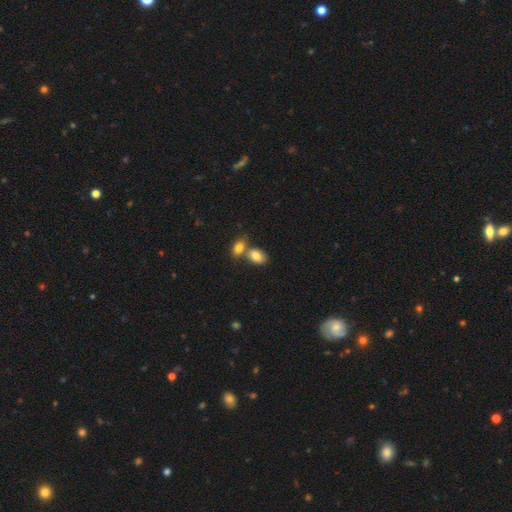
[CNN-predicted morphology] smooth_or_featured: smooth (p=0.82) [alt: featured or disk p=0.10]
how_rounded: in between (p=0.87) [alt: round p=0.11]
merging: merger (p=0.48) [alt: none p=0.39]